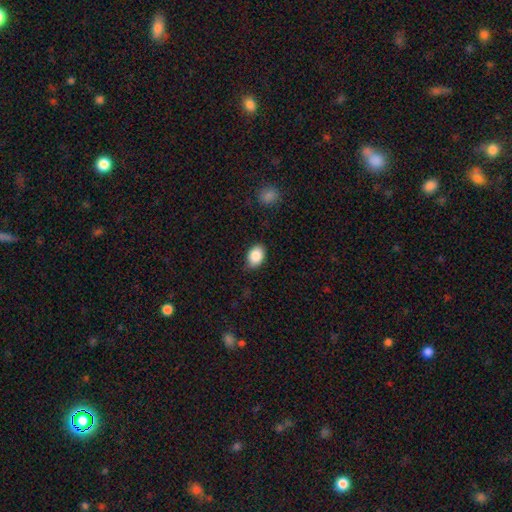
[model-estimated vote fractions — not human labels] Smooth or featured? Predicted: smooth (p=0.87). How rounded? Predicted: in between (p=0.78). Merging? Predicted: none (p=0.82).